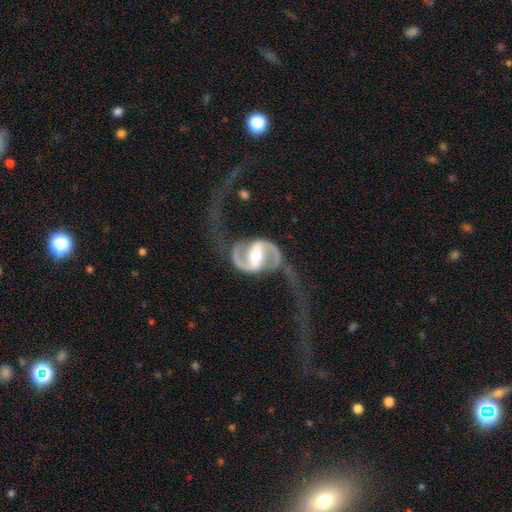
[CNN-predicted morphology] Q: Smooth or featured?
A: featured or disk (93%); runner-up: smooth (4%)
Q: Edge-on disk?
A: no (98%); runner-up: yes (2%)
Q: Bar?
A: strong (64%); runner-up: weak (28%)
Q: Spiral arms?
A: yes (97%); runner-up: no (3%)
Q: Spiral winding?
A: medium (44%); runner-up: loose (41%)
Q: Spiral arm count?
A: 2 (94%); runner-up: can't tell (1%)
Q: Bulge size?
A: moderate (64%); runner-up: large (18%)
Q: Merging?
A: none (44%); runner-up: major disturbance (37%)